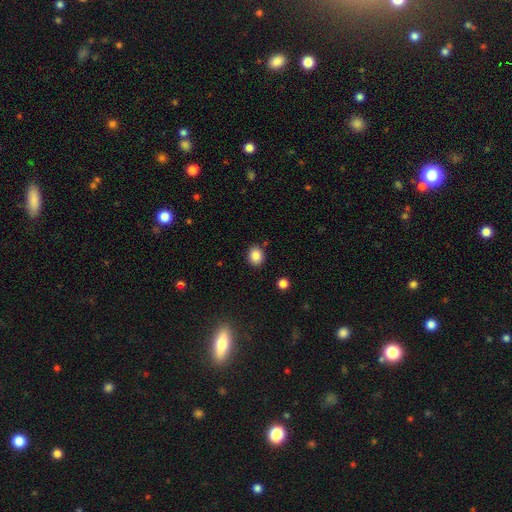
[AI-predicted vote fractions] smooth_or_featured: smooth (p=0.86) [alt: star or artifact p=0.10]
how_rounded: round (p=0.67) [alt: in between p=0.32]
merging: none (p=0.87) [alt: minor disturbance p=0.08]